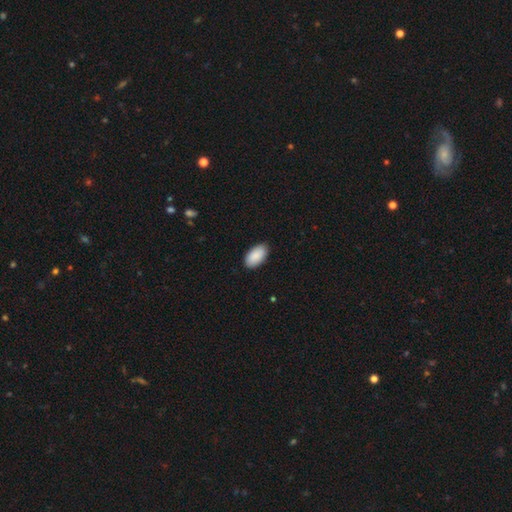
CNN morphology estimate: A smooth galaxy with no disk features (91%) that is in between round and cigar-shaped (96%).

Vote fractions:
- Smooth or featured? smooth: 91% / star or artifact: 6% / featured or disk: 4%
- How rounded? in between: 96% / round: 3% / cigar-shaped: 2%
- Merging? none: 87% / minor disturbance: 10% / major disturbance: 2% / merger: 1%